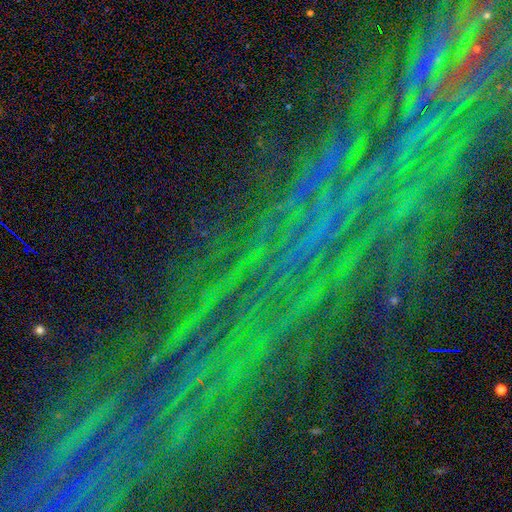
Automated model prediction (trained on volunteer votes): Q: Smooth or featured?
A: star or artifact (83%); runner-up: featured or disk (10%)